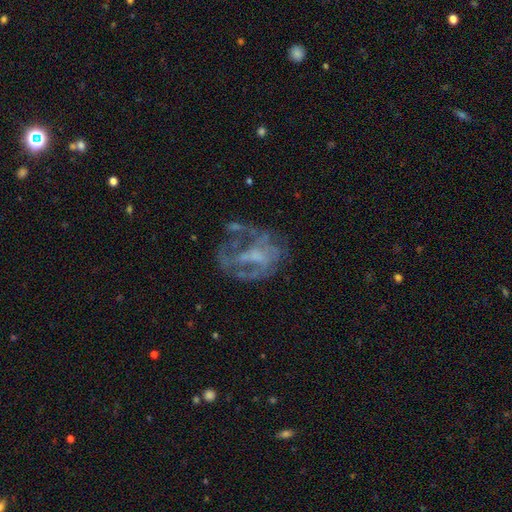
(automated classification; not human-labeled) Overall: featured or disk (69%). Edge-on disk: no (97%). Bar: no (65%; weak 27%). Spiral arms: no (66%; yes 34%). Bulge size: none (47%; small 26%). Merging: none (44%; major disturbance 32%).